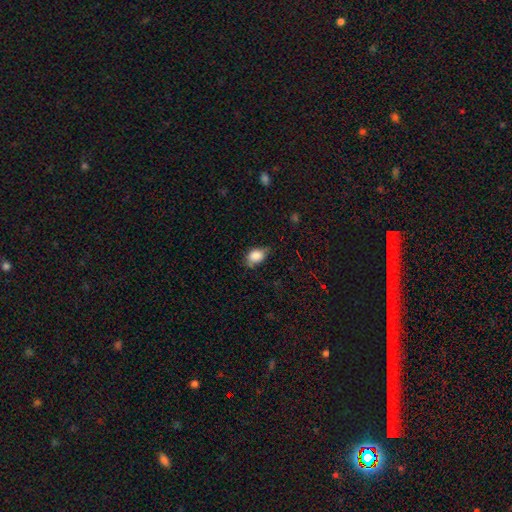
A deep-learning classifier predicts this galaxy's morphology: This is clearly a smooth galaxy (85%). How rounded: likely in between (77%). Merging: possibly none (55%).